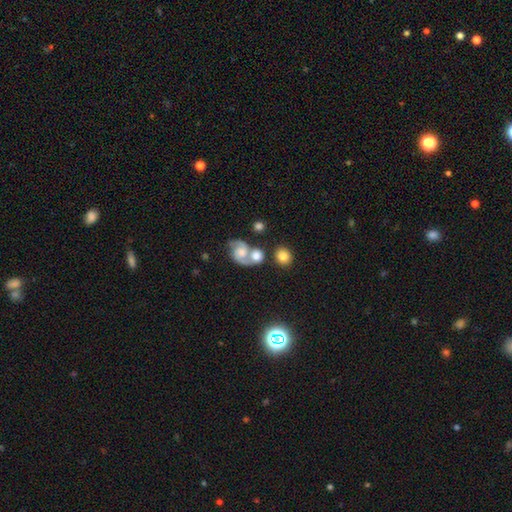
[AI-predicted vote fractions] smooth-or-featured: featured or disk: 61% | smooth: 30% | star or artifact: 9%
  disk-edge-on: no: 96% | yes: 4%
    bar: no: 65% | weak: 29% | strong: 6%
    has-spiral-arms: yes: 89% | no: 11%
      spiral-winding: medium: 55% | loose: 26% | tight: 19%
      spiral-arm-count: 2: 89% | can't tell: 4% | 1: 3% | 3: 2% | 4: 1% | more than 4: 1%
    bulge-size: moderate: 46% | small: 25% | large: 18% | none: 9% | dominant: 3%
  merging: none: 45% | merger: 37% | minor disturbance: 12% | major disturbance: 7%